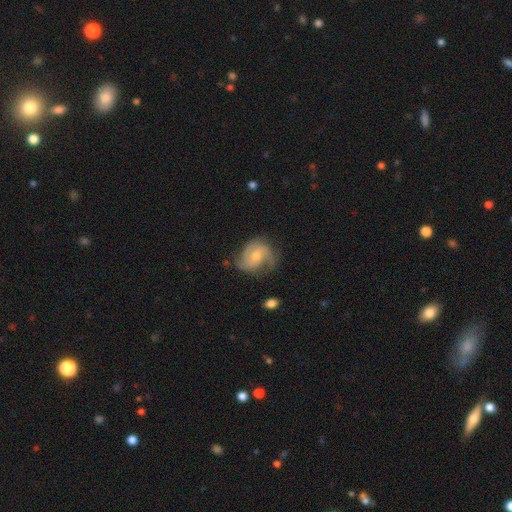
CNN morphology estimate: A featured or disk galaxy (76%) with no bar (57%), 2 (48%) medium (48%) spiral arms (94%) and a moderate central bulge (53%). Merging: none (57%).